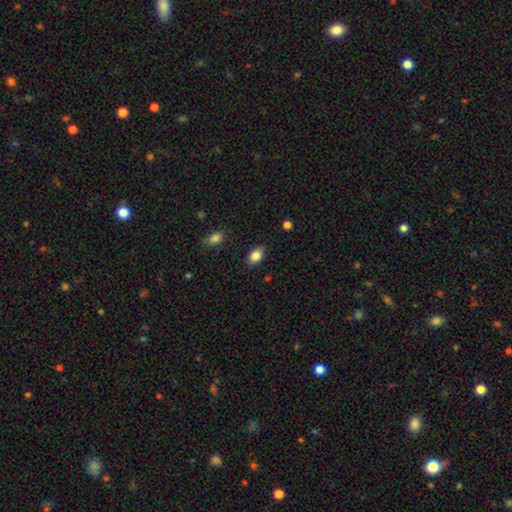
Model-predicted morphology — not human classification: smooth-or-featured: smooth: 86% | star or artifact: 8% | featured or disk: 6%
  how-rounded: in between: 83% | round: 16% | cigar-shaped: 1%
  merging: none: 86% | minor disturbance: 10% | major disturbance: 2% | merger: 1%